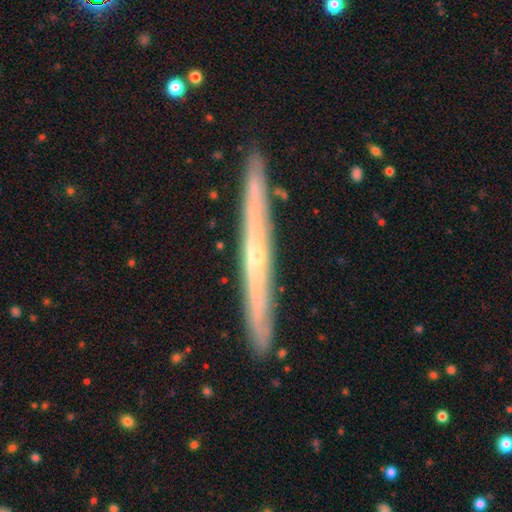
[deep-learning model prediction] Smooth or featured?
  - featured or disk: 72% *
  - smooth: 22%
  - star or artifact: 6%
Edge-on disk?
  - yes: 96% *
  - no: 4%
Edge-on bulge?
  - none: 56% *
  - rounded: 40%
  - boxy: 3%
Merging?
  - none: 90% *
  - minor disturbance: 7%
  - major disturbance: 1%
  - merger: 1%